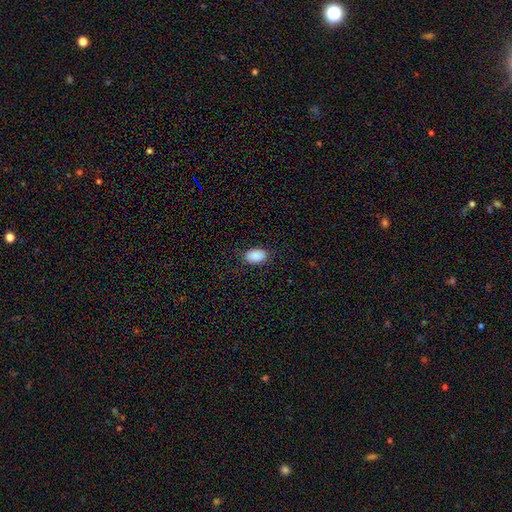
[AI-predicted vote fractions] Smooth or featured?
  - smooth: 90% *
  - star or artifact: 7%
  - featured or disk: 3%
How rounded?
  - in between: 89% *
  - round: 10%
  - cigar-shaped: 1%
Merging?
  - none: 87% *
  - minor disturbance: 9%
  - major disturbance: 3%
  - merger: 1%